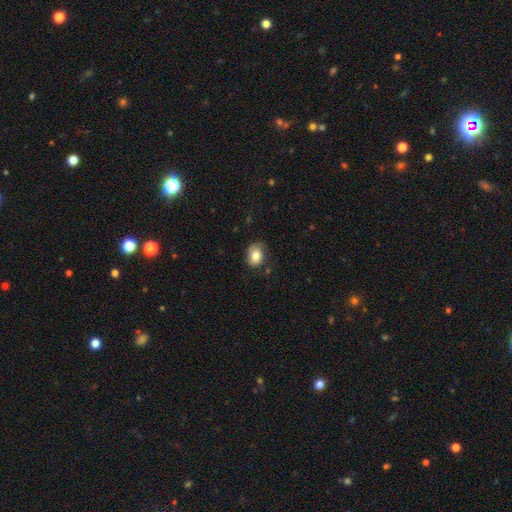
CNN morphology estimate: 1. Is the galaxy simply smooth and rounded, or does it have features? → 77% smooth, 15% featured or disk, 8% star or artifact.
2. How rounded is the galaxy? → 62% in between, 37% round, 1% cigar-shaped.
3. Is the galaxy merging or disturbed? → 68% none, 25% minor disturbance, 6% major disturbance, 1% merger.